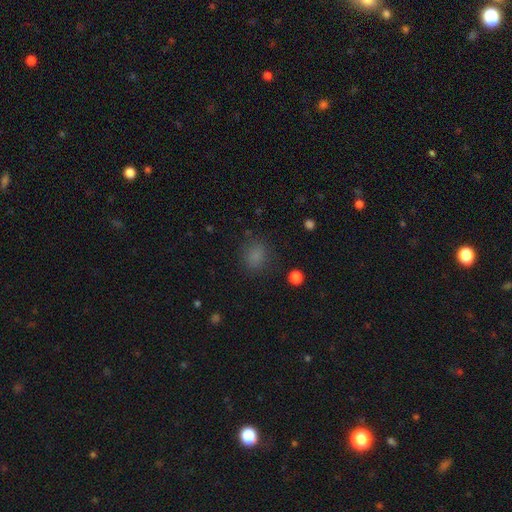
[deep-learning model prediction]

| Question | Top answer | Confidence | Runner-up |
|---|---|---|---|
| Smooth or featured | smooth | 79% | star or artifact (16%) |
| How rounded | round | 66% | in between (33%) |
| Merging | none | 82% | minor disturbance (12%) |